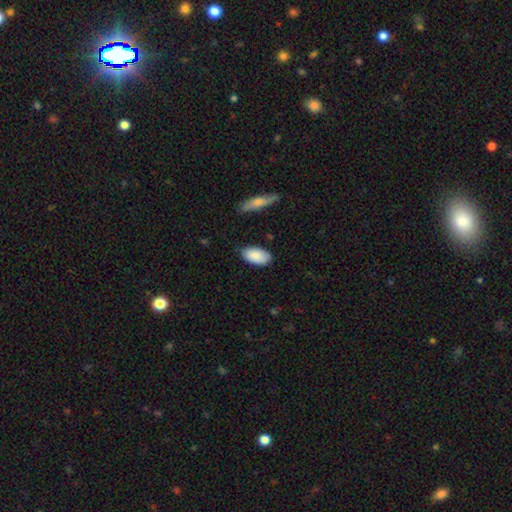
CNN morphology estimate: This is clearly a smooth galaxy (86%). How rounded: clearly in between (95%). Merging: clearly none (81%).